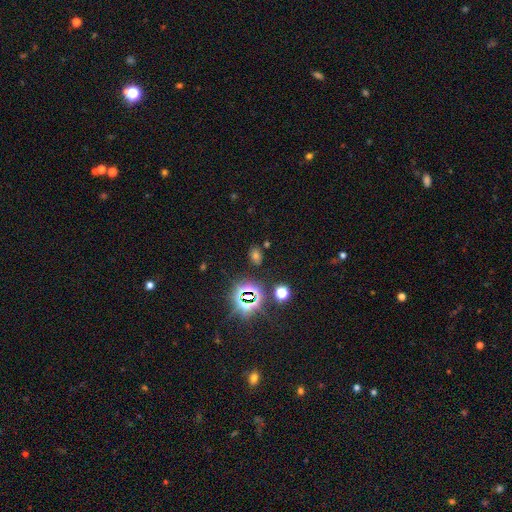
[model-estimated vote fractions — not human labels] Overall: star or artifact (48%; smooth 43%).